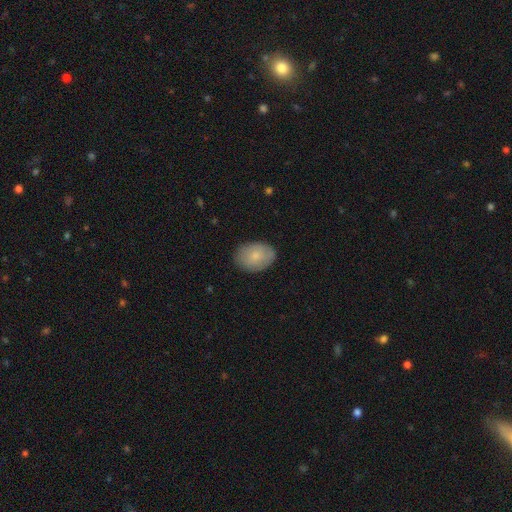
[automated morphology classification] Overall: smooth (79%). How rounded: in between (78%). Merging: none (83%).